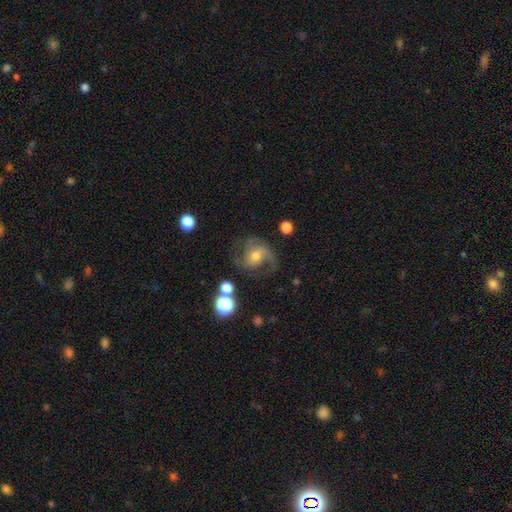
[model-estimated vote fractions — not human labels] smooth-or-featured: featured or disk: 74% | smooth: 17% | star or artifact: 9%
  disk-edge-on: no: 98% | yes: 2%
    bar: no: 60% | weak: 33% | strong: 8%
    has-spiral-arms: yes: 93% | no: 7%
      spiral-winding: medium: 47% | loose: 36% | tight: 16%
      spiral-arm-count: 2: 52% | 3: 17% | 1: 12% | can't tell: 12% | 4: 3% | more than 4: 3%
    bulge-size: moderate: 59% | small: 33% | large: 5% | none: 2% | dominant: 1%
  merging: none: 57% | major disturbance: 21% | minor disturbance: 19% | merger: 3%